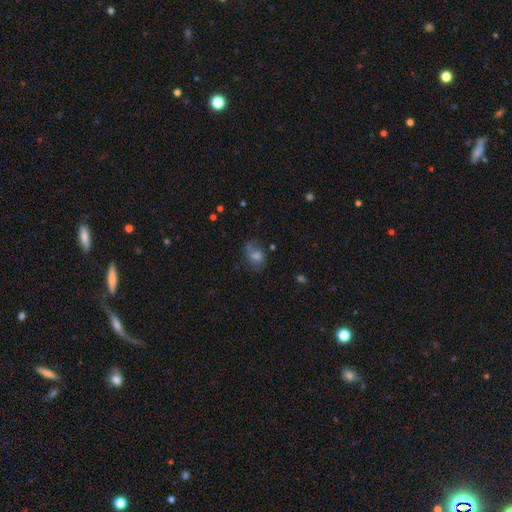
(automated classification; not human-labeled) A smooth galaxy with no disk features (50%). Merging: none (53%).